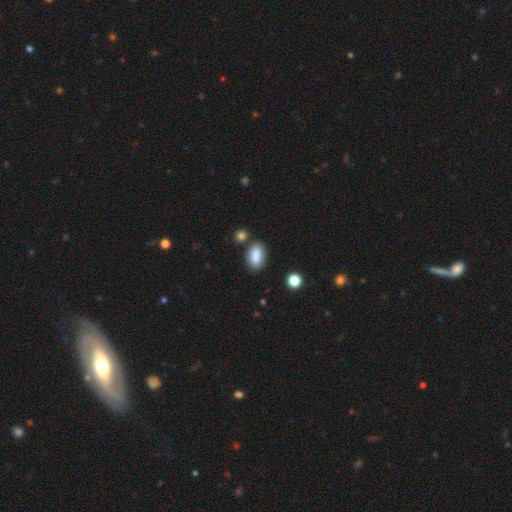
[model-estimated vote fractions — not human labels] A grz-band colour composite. It shows a smooth galaxy with no disk features (86%) that is in between round and cigar-shaped (90%). Merging: none (73%).